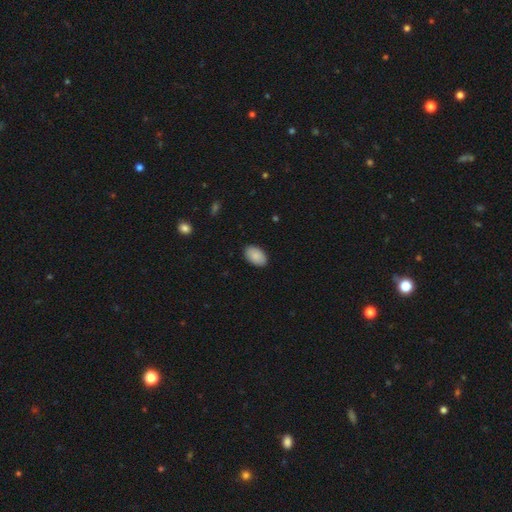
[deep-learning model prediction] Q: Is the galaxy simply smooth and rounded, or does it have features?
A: smooth — 89%.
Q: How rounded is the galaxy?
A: in between — 93%.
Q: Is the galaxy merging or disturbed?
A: none — 89%.